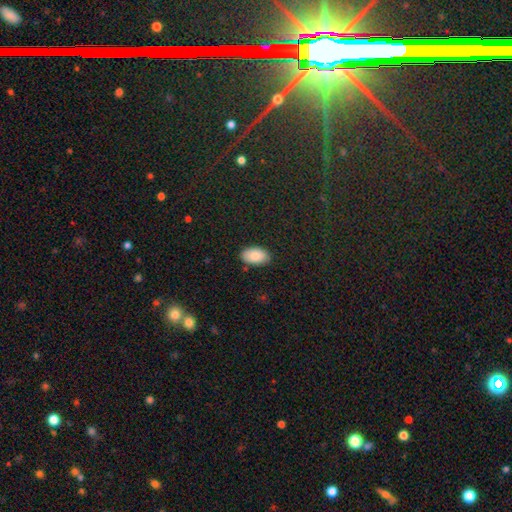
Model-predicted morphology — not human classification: A smooth galaxy with no disk features (86%) that is in between round and cigar-shaped (94%). Merging: none (85%).